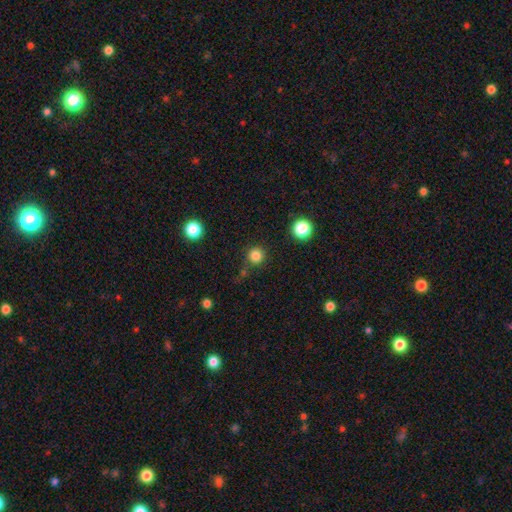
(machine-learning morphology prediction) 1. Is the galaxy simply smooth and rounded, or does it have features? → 83% smooth, 13% star or artifact, 4% featured or disk.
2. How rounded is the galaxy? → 95% round, 4% in between, 1% cigar-shaped.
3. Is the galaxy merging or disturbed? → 82% none, 10% minor disturbance, 5% merger, 3% major disturbance.